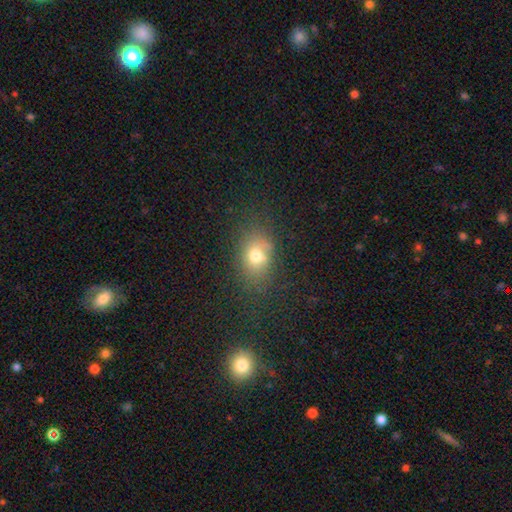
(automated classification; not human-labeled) Smooth or featured: smooth — 71% (star or artifact — 17%)
How rounded: in between — 60% (round — 39%)
Merging: none — 71% (minor disturbance — 17%)